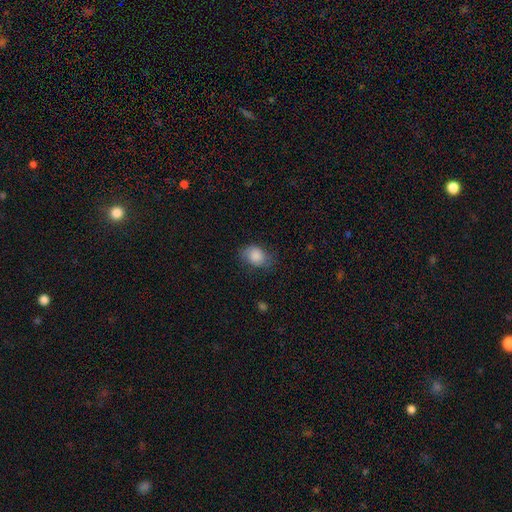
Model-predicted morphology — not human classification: A smooth galaxy with no disk features (84%) that is in between round and cigar-shaped (68%). Merging: none (67%).